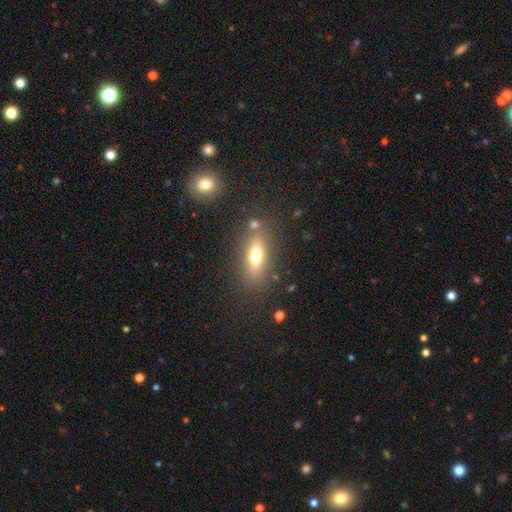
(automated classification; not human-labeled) smooth 69%, featured or disk 21%, star or artifact 10%. Down the decision tree: how rounded — in between (67%); merging — none (77%).